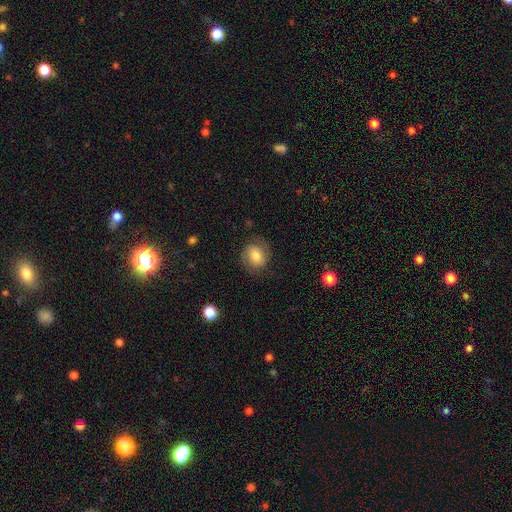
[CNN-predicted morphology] A smooth galaxy with no disk features (62%) that is round (64%).

Vote fractions:
- Smooth or featured? smooth: 62% / featured or disk: 30% / star or artifact: 9%
- How rounded? round: 64% / in between: 35% / cigar-shaped: 1%
- Merging? none: 75% / minor disturbance: 16% / major disturbance: 7% / merger: 1%